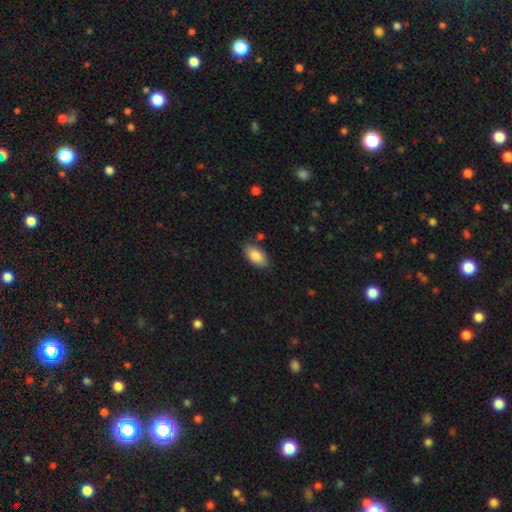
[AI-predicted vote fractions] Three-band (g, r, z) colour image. It shows a smooth galaxy with no disk features (87%) that is in between round and cigar-shaped (93%). Merging: none (80%).